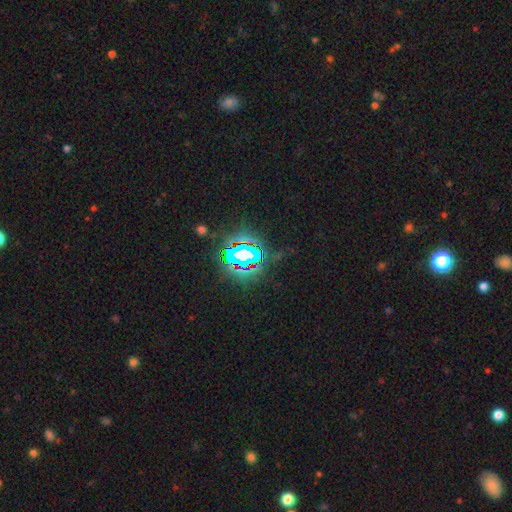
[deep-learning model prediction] star or artifact 80%, smooth 11%, featured or disk 9%.